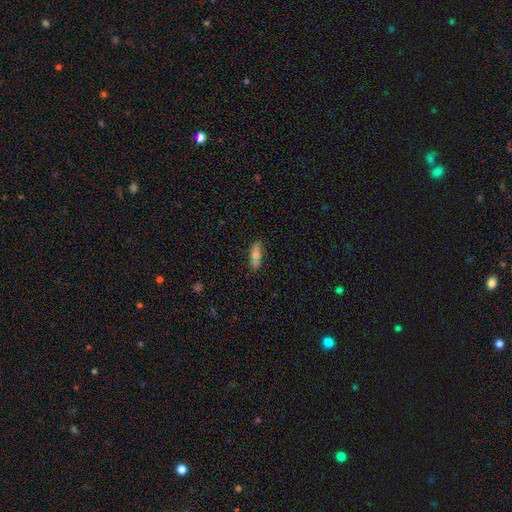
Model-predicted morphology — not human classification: Smooth or featured: smooth — 67% (star or artifact — 20%)
How rounded: in between — 55% (cigar-shaped — 38%)
Merging: none — 73% (minor disturbance — 14%)